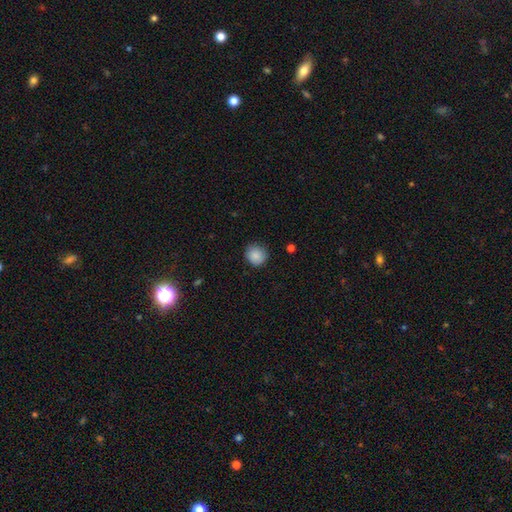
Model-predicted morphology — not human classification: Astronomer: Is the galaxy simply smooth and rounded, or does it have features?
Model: smooth — 87%.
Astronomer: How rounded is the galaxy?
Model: round — 91%.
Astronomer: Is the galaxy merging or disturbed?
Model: none — 82%.